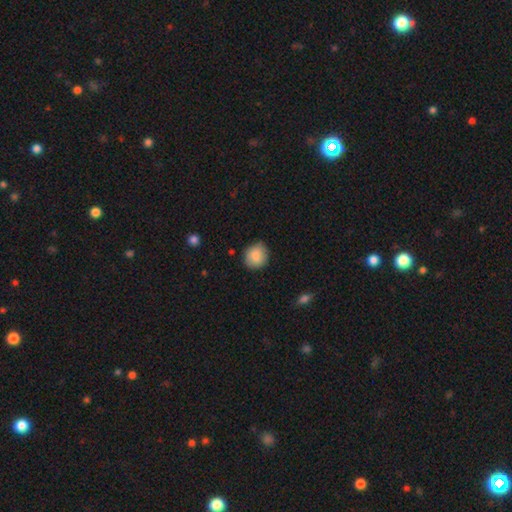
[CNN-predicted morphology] Smooth or featured? smooth (87%)
How rounded? round (84%)
Merging? none (83%)